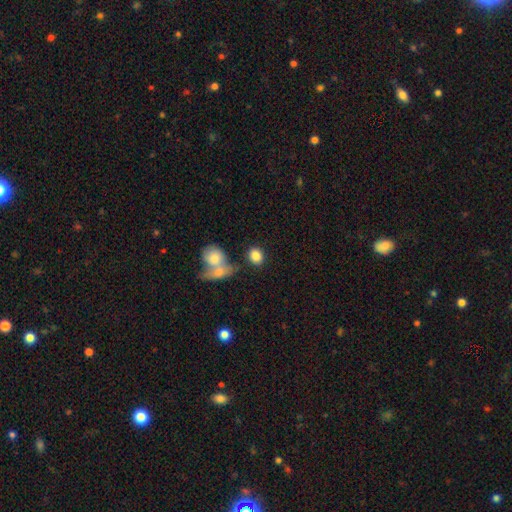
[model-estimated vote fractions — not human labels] Smooth or featured? Predicted: smooth (p=0.84). How rounded? Predicted: round (p=0.50). Merging? Predicted: none (p=0.63).